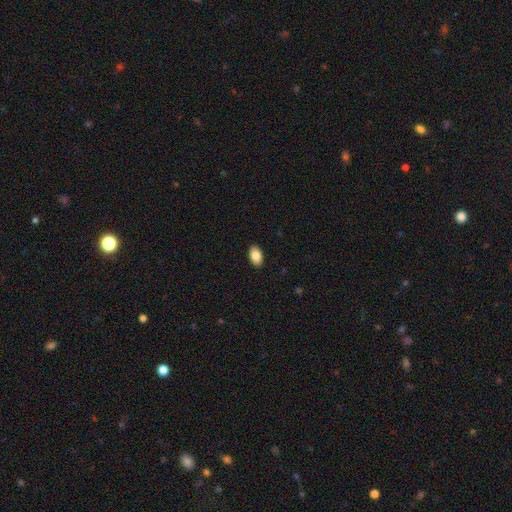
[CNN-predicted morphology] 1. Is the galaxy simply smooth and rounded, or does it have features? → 86% smooth, 7% star or artifact, 7% featured or disk.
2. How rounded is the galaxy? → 92% in between, 6% round, 1% cigar-shaped.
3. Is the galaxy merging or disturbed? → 90% none, 8% minor disturbance, 2% major disturbance, 1% merger.